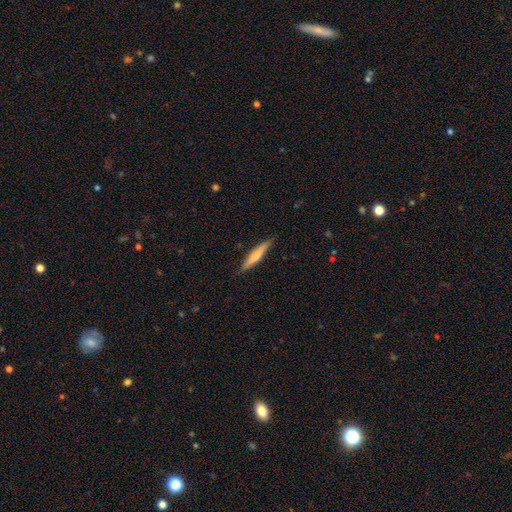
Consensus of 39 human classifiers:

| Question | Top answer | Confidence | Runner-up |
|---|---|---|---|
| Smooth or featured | smooth | 49% | tied: featured or disk (49%) |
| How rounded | cigar-shaped | 84% | in between (16%) |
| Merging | none | 89% | minor disturbance (8%) |